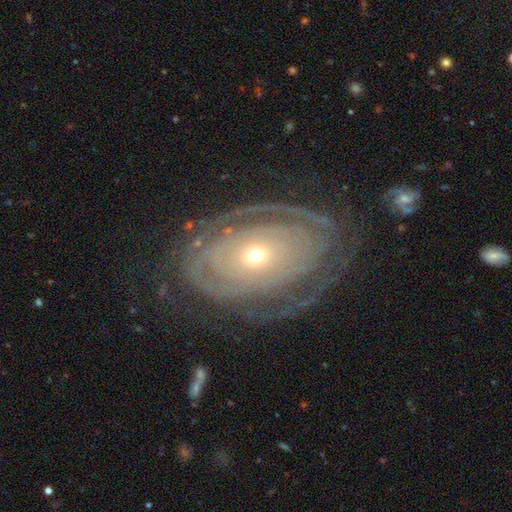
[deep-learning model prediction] Q: Smooth or featured?
A: featured or disk (81%); runner-up: smooth (12%)
Q: Edge-on disk?
A: no (94%); runner-up: yes (6%)
Q: Bar?
A: no (84%); runner-up: weak (11%)
Q: Spiral arms?
A: yes (80%); runner-up: no (20%)
Q: Spiral winding?
A: tight (81%); runner-up: medium (14%)
Q: Spiral arm count?
A: can't tell (45%); runner-up: 2 (21%)
Q: Bulge size?
A: small (66%); runner-up: moderate (30%)
Q: Merging?
A: none (71%); runner-up: minor disturbance (16%)